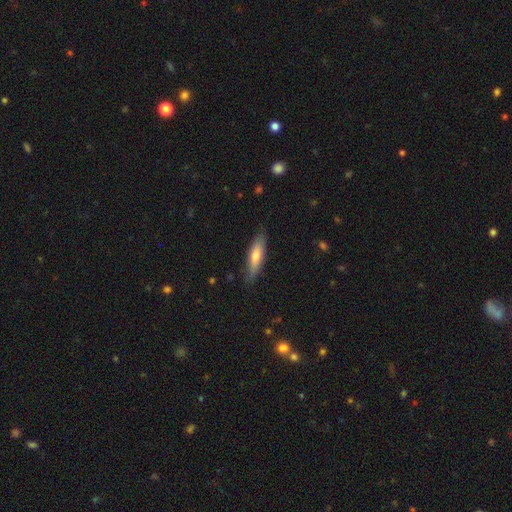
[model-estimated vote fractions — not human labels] Morphology: type=smooth (62%); roundness=cigar-shaped (74%); merging=none (83%).